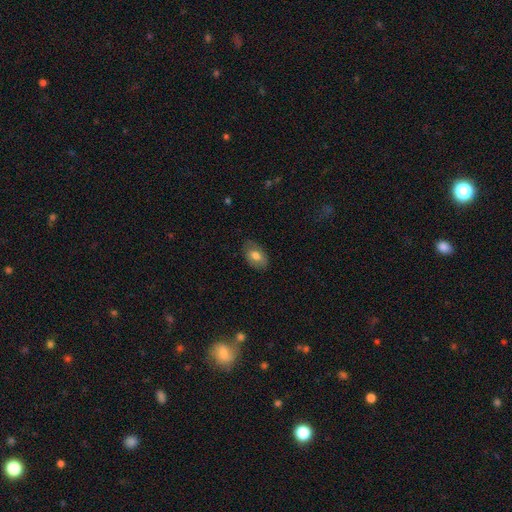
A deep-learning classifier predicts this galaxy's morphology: type=smooth (72%); roundness=in between (89%); merging=none (79%).